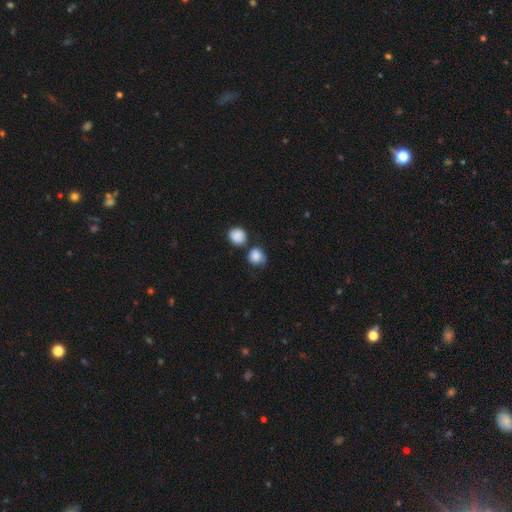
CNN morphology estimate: A smooth galaxy with no disk features (85%) that is round (82%).

Vote fractions:
- Smooth or featured? smooth: 85% / star or artifact: 9% / featured or disk: 7%
- How rounded? round: 82% / in between: 17% / cigar-shaped: 1%
- Merging? none: 53% / minor disturbance: 21% / merger: 19% / major disturbance: 8%